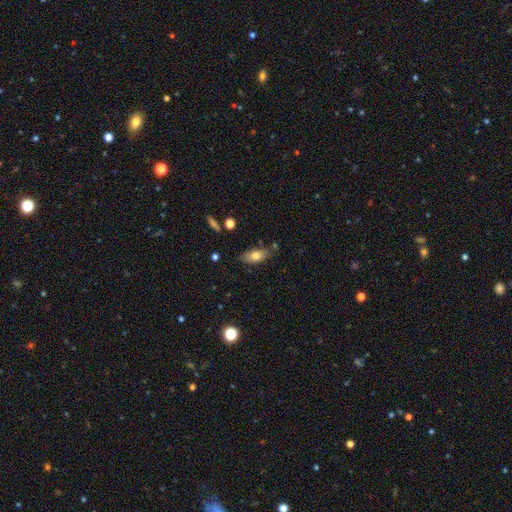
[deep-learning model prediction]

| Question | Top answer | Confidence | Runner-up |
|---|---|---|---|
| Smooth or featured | smooth | 73% | featured or disk (20%) |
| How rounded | in between | 82% | cigar-shaped (15%) |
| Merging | none | 73% | minor disturbance (18%) |